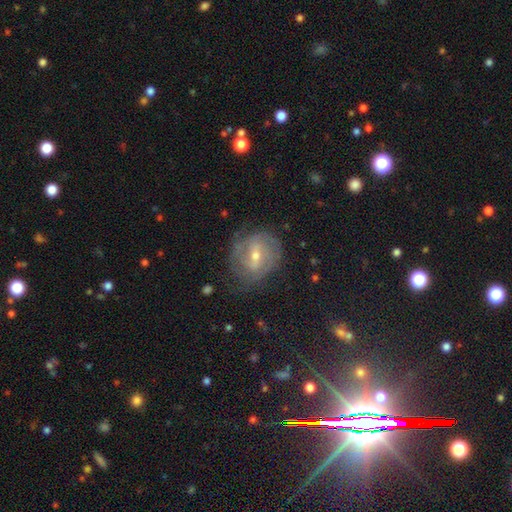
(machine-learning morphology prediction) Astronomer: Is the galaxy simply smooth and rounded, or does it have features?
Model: featured or disk — 77%.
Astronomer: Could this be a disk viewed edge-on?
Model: no — 96%.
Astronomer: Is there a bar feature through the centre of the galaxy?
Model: weak — 52% (runner-up: strong, 28%).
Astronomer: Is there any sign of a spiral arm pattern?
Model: yes — 89%.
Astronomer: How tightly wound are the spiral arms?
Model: tight — 55% (runner-up: medium, 34%).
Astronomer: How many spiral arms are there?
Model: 2 — 38% (runner-up: can't tell, 34%).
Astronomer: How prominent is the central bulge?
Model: small — 49% (runner-up: moderate, 47%).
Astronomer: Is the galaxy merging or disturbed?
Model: none — 71%.